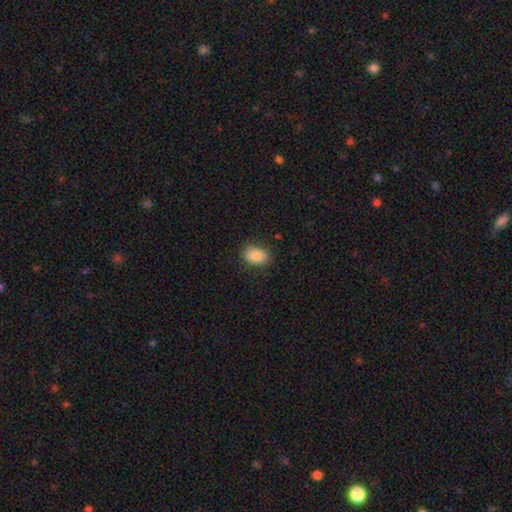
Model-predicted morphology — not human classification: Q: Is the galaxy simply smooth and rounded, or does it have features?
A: smooth — 86%.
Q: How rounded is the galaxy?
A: in between — 76%.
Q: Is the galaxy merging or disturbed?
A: none — 81%.